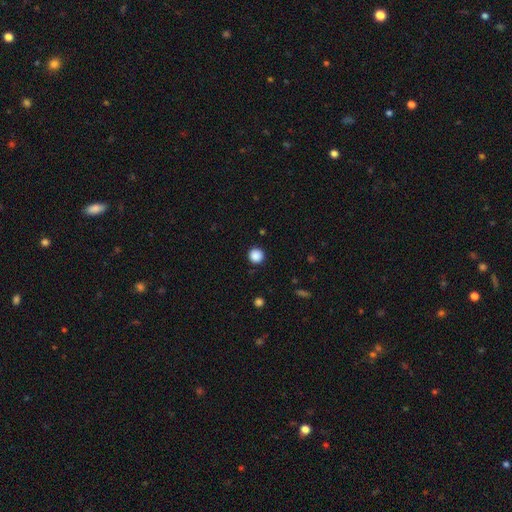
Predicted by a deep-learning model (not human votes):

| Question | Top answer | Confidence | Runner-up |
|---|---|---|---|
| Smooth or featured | smooth | 87% | star or artifact (10%) |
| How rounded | round | 95% | in between (4%) |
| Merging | none | 91% | minor disturbance (5%) |